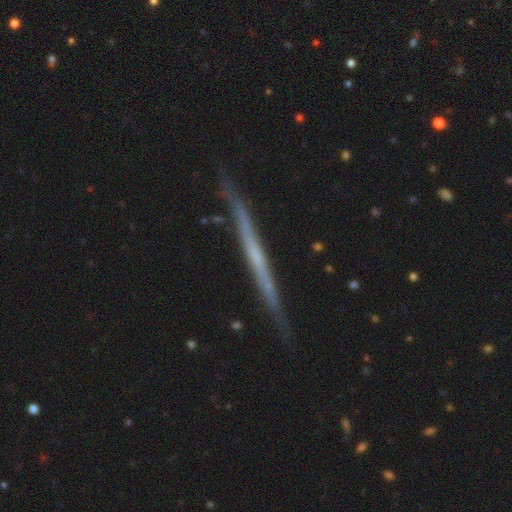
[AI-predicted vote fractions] A featured or disk galaxy (70%) viewed edge-on (97%) with no central bulge (83%). Merging: none (85%).